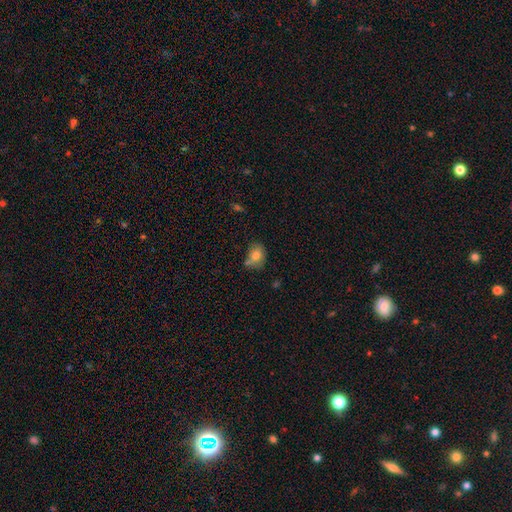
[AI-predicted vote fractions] A smooth galaxy with no disk features (75%) that is in between round and cigar-shaped (65%). Merging: none (54%).